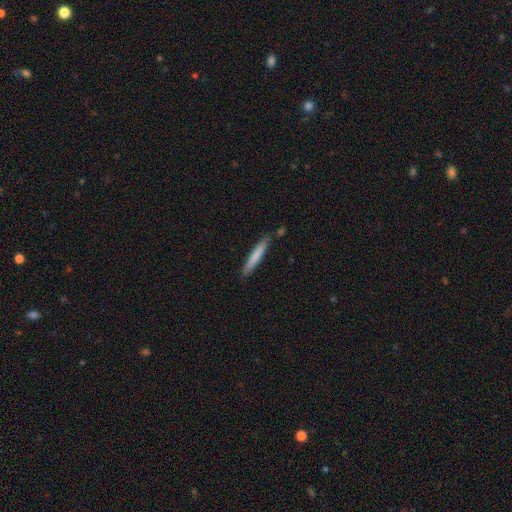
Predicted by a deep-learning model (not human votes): smooth-or-featured: smooth: 76% | featured or disk: 19% | star or artifact: 5%
  how-rounded: cigar-shaped: 94% | in between: 5% | round: 1%
  merging: none: 84% | minor disturbance: 11% | merger: 3% | major disturbance: 2%